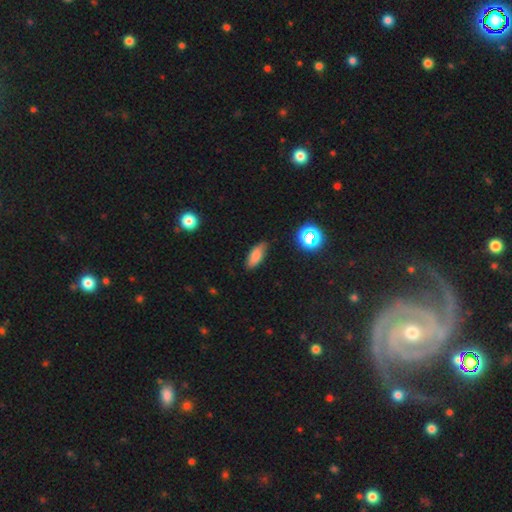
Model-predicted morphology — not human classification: Q: Smooth or featured?
A: smooth (77%); runner-up: featured or disk (12%)
Q: How rounded?
A: in between (82%); runner-up: cigar-shaped (15%)
Q: Merging?
A: none (78%); runner-up: minor disturbance (18%)